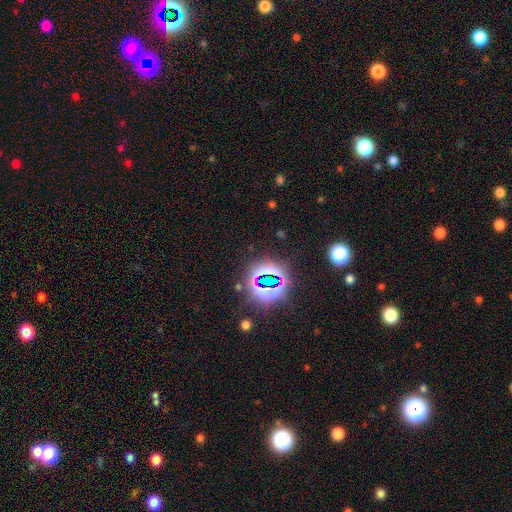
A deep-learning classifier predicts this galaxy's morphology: Q: Smooth or featured?
A: star or artifact (81%); runner-up: smooth (11%)